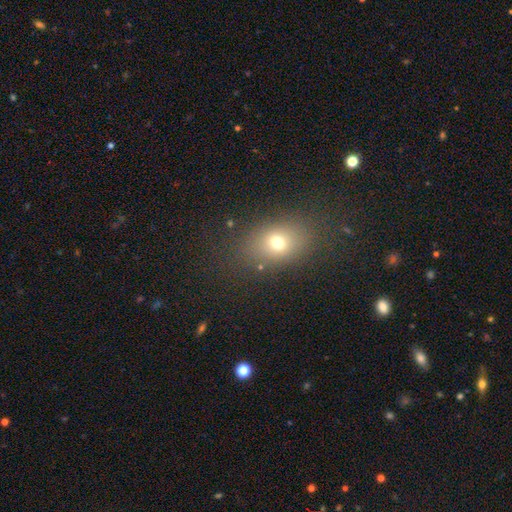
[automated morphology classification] The model was most divided on "how rounded": in between: 68%, round: 29%, cigar-shaped: 3%. More confident: merging — none (82%); smooth or featured — smooth (67%).